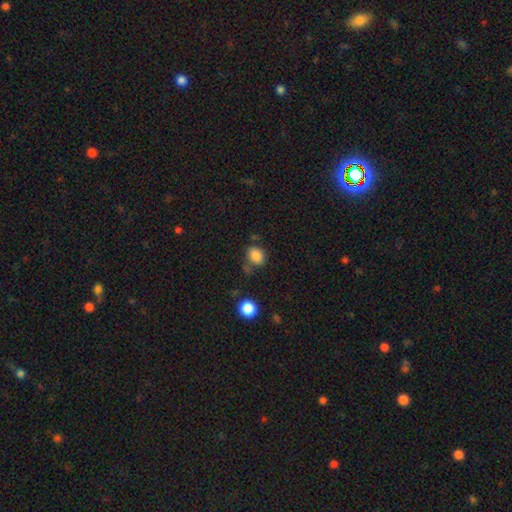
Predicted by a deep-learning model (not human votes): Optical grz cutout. It shows a smooth galaxy with no disk features (84%) that is in between round and cigar-shaped (56%). Merging: none (67%).